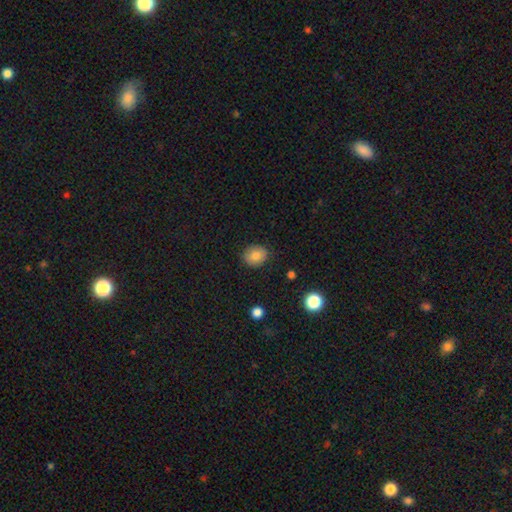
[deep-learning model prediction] The model was most divided on "how rounded": round: 64%, in between: 35%, cigar-shaped: 1%. More confident: merging — none (85%); smooth or featured — smooth (80%).